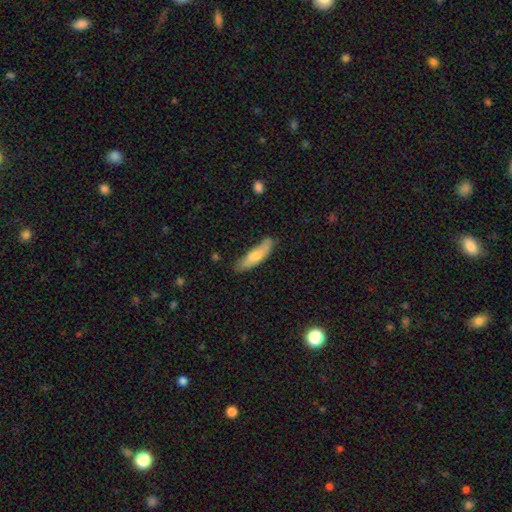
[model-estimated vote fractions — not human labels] A smooth galaxy with no disk features (72%) that is cigar-shaped (68%).

Vote fractions:
- Smooth or featured? smooth: 72% / featured or disk: 23% / star or artifact: 5%
- How rounded? cigar-shaped: 68% / in between: 30% / round: 2%
- Merging? none: 72% / minor disturbance: 22% / major disturbance: 4% / merger: 2%